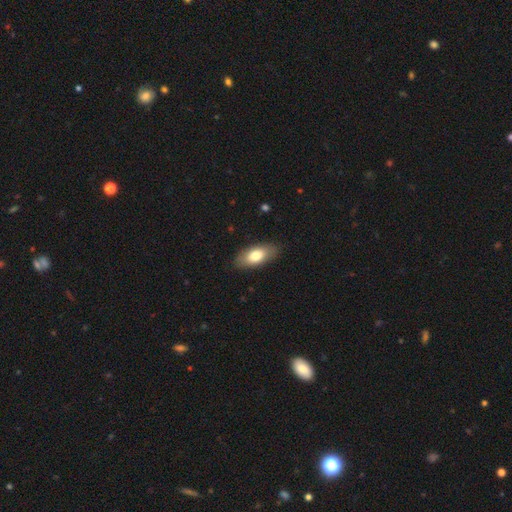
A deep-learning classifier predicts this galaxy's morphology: Q: Smooth or featured?
A: smooth (76%); runner-up: featured or disk (18%)
Q: How rounded?
A: in between (88%); runner-up: cigar-shaped (9%)
Q: Merging?
A: none (86%); runner-up: minor disturbance (11%)